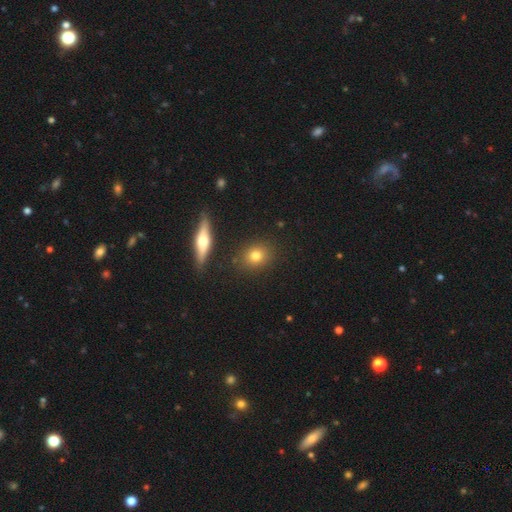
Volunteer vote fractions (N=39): Smooth or featured? 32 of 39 (82%) said smooth. How rounded? 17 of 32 (53%) said round. Merging? 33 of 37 (89%) said none.